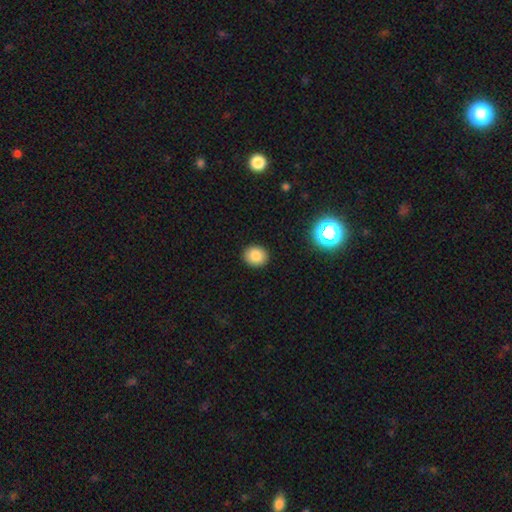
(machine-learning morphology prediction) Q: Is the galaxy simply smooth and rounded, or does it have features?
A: smooth — 83%.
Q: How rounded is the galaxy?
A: round — 76%.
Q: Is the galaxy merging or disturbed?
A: none — 91%.